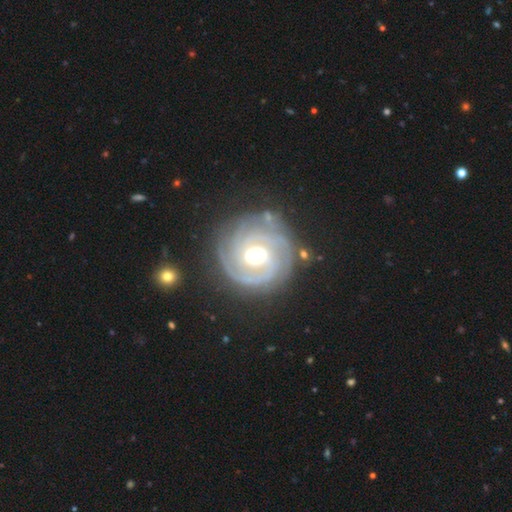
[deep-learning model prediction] Smooth or featured? featured or disk (90%)
Edge-on disk? no (98%)
Bar? weak (50%)
Spiral arms? yes (98%)
Spiral winding? tight (81%)
Spiral arm count? 2 (30%, tied with 3)
Bulge size? moderate (74%)
Merging? none (79%)